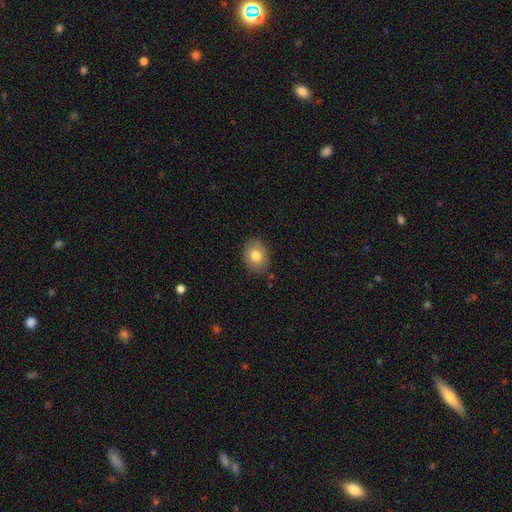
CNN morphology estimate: Overall: smooth (79%). How rounded: in between (50%; round 49%). Merging: none (84%).